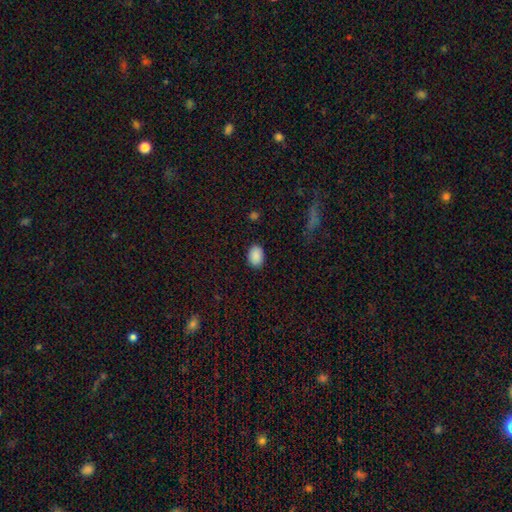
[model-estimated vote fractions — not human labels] This appears to be a smooth galaxy with no disk features (89%) that is in between round and cigar-shaped (78%). Merging: none (86%).